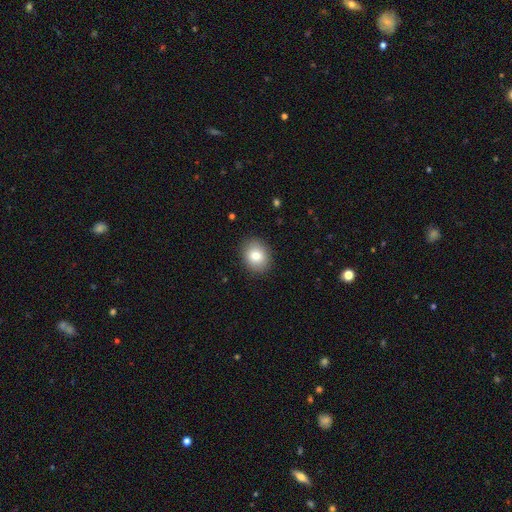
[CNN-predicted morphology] The model was most divided on "how rounded": round: 59%, in between: 41%, cigar-shaped: 1%. More confident: merging — none (89%); smooth or featured — smooth (81%).